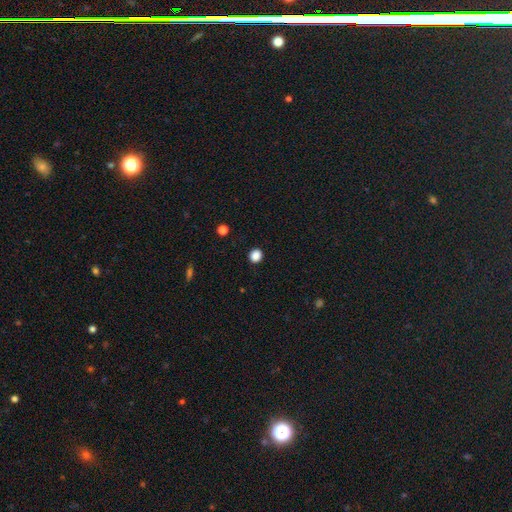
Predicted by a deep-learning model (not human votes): Smooth or featured?
  - smooth: 86% *
  - star or artifact: 11%
  - featured or disk: 3%
How rounded?
  - round: 86% *
  - in between: 13%
  - cigar-shaped: 1%
Merging?
  - none: 91% *
  - minor disturbance: 6%
  - major disturbance: 2%
  - merger: 1%